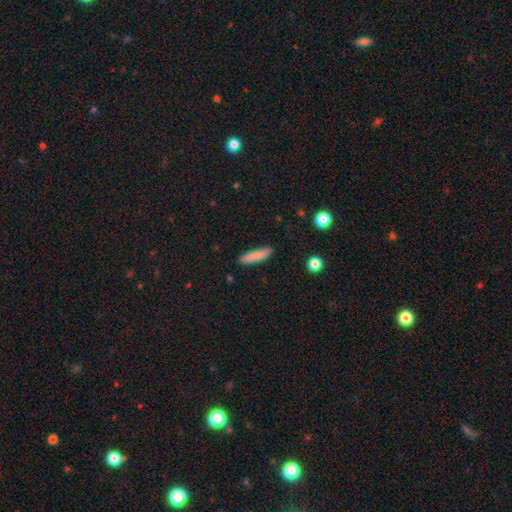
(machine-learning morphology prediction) type=smooth (82%); roundness=cigar-shaped (81%); merging=none (88%).